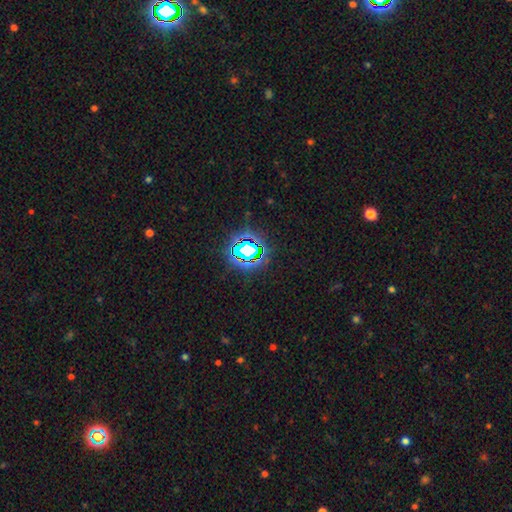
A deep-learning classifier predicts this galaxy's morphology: smooth_or_featured: star or artifact (p=0.80) [alt: smooth p=0.13]